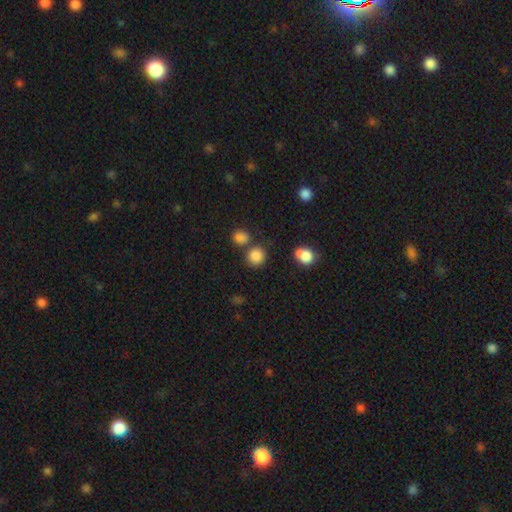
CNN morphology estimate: smooth 84%, star or artifact 12%, featured or disk 5%. Down the decision tree: how rounded — round (85%); merging — none (71%).